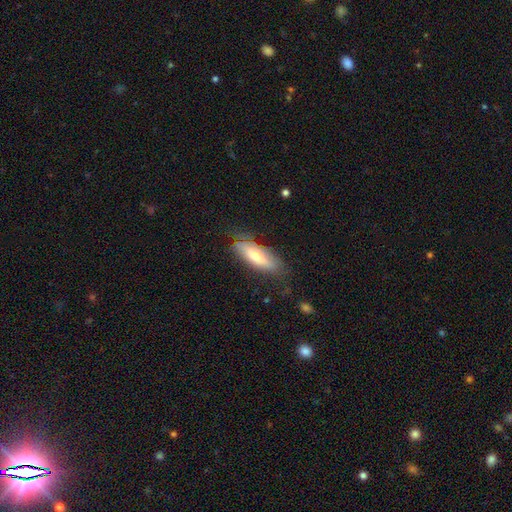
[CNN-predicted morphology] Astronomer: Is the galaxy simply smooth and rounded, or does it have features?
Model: smooth — 61%.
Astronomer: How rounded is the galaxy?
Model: in between — 58% (runner-up: cigar-shaped, 40%).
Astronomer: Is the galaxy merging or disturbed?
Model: none — 70%.